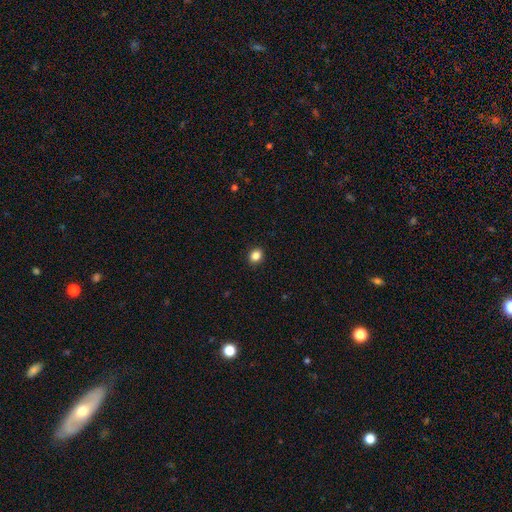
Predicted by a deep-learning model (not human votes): smooth 85%, star or artifact 11%, featured or disk 4%. Down the decision tree: how rounded — round (61%); merging — none (91%).